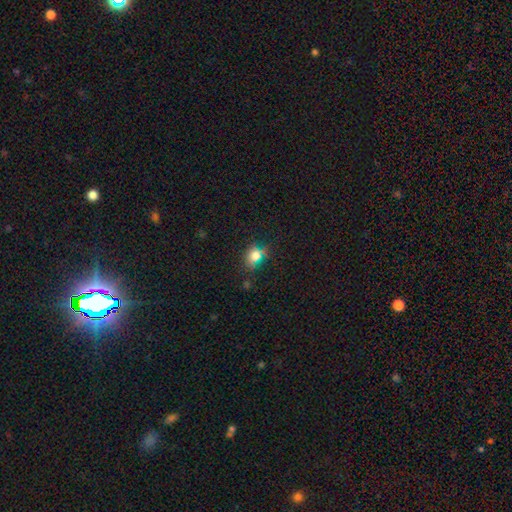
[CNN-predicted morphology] smooth 68%, star or artifact 23%, featured or disk 9%. Down the decision tree: how rounded — round (49%); merging — none (70%).